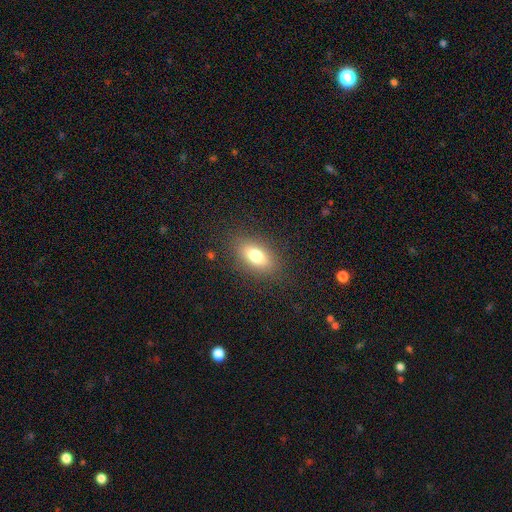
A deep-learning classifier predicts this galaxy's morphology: Smooth or featured: smooth — 76% (featured or disk — 14%)
How rounded: in between — 85% (cigar-shaped — 8%)
Merging: none — 85% (minor disturbance — 10%)